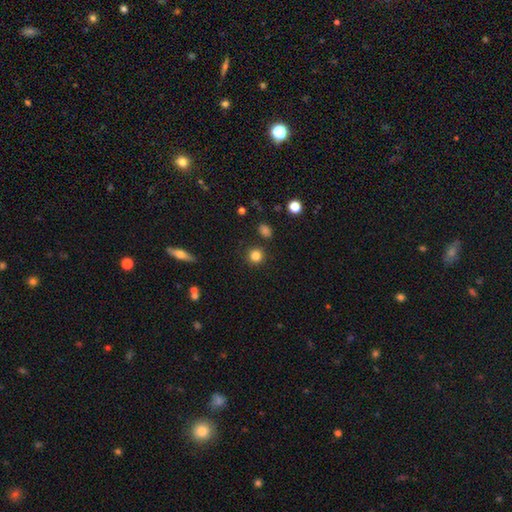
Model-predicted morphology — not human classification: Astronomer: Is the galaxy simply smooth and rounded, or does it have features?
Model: smooth — 83%.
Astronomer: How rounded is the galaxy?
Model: round — 92%.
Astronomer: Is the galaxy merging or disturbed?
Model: none — 88%.